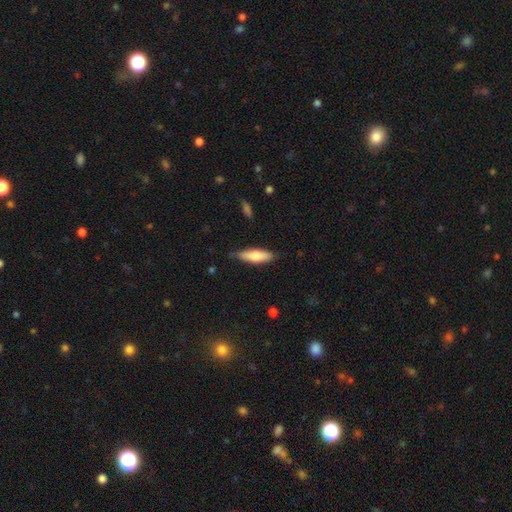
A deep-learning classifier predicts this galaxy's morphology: A smooth galaxy with no disk features (73%) that is cigar-shaped (51%). Merging: none (77%).